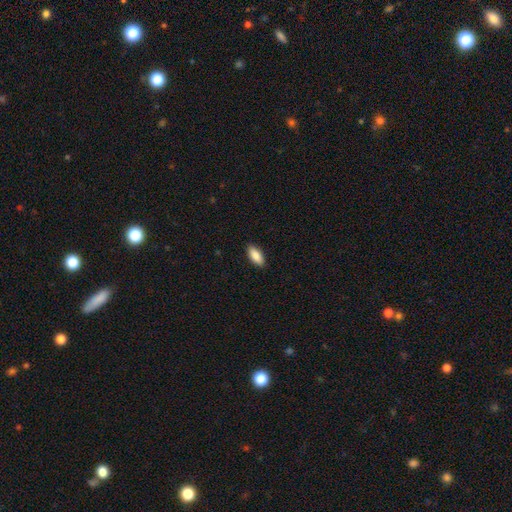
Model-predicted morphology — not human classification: This is clearly a smooth galaxy (88%). How rounded: clearly in between (87%). Merging: clearly none (90%).